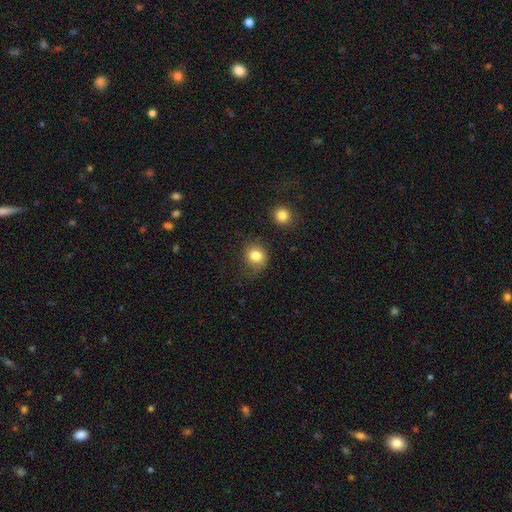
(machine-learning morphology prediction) Smooth or featured? smooth (82%)
How rounded? round (75%)
Merging? none (69%)